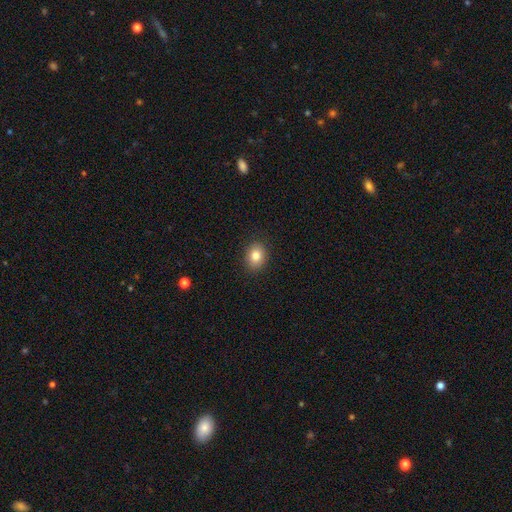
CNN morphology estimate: A smooth galaxy with no disk features (82%) that is round (50%). Merging: none (89%).